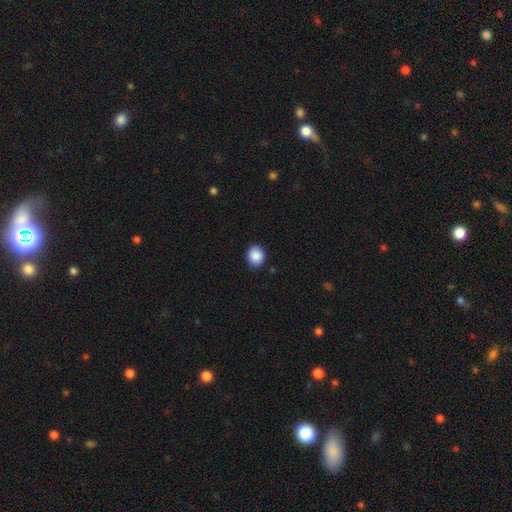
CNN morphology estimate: A smooth galaxy with no disk features (89%) that is round (60%). Merging: none (85%).